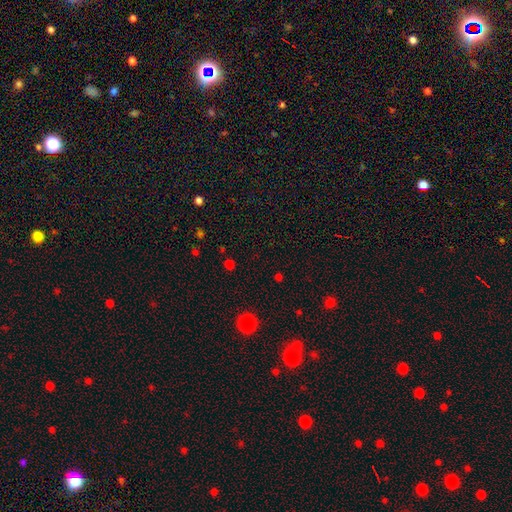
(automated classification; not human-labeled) The model was most divided on "smooth or featured": smooth: 50%, star or artifact: 45%, featured or disk: 5%. More confident: how rounded — round (84%); merging — none (84%).